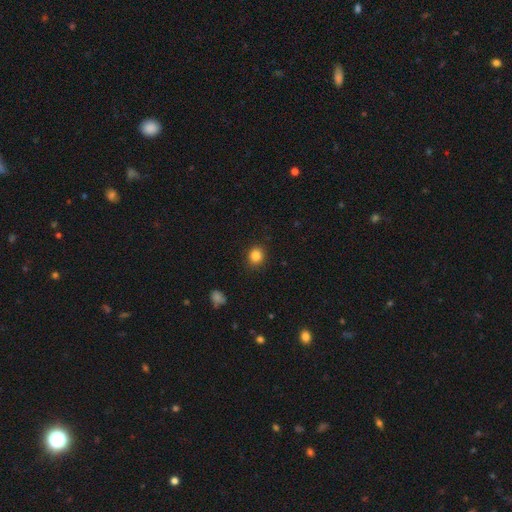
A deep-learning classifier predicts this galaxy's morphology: smooth-or-featured: smooth: 85% | star or artifact: 11% | featured or disk: 4%
  how-rounded: round: 80% | in between: 19% | cigar-shaped: 1%
  merging: none: 89% | minor disturbance: 8% | major disturbance: 2% | merger: 1%